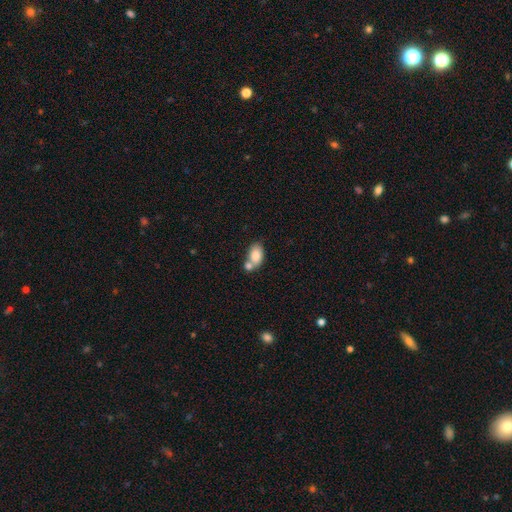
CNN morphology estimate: type=smooth (81%); roundness=in between (87%); merging=merger (47%).